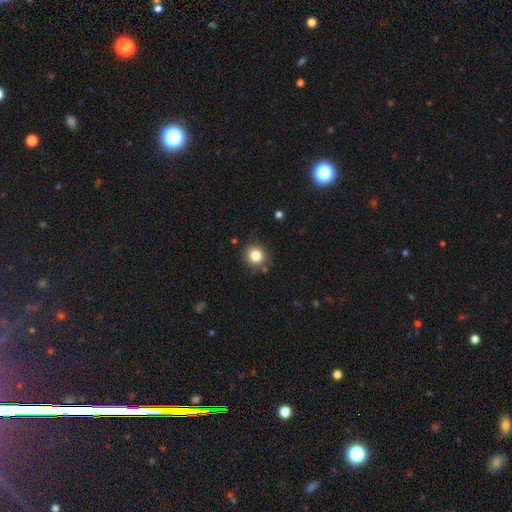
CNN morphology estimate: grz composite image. It shows a smooth galaxy with no disk features (83%) that is round (91%). Merging: none (85%).